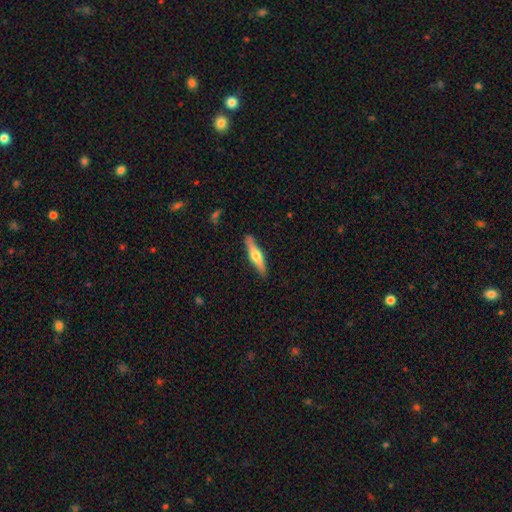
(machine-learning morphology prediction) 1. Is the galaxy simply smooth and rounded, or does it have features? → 54% featured or disk, 41% smooth, 5% star or artifact.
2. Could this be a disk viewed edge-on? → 94% yes, 6% no.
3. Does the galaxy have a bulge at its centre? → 92% rounded, 4% boxy, 4% none.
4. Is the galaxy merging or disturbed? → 88% none, 9% minor disturbance, 2% major disturbance, 1% merger.